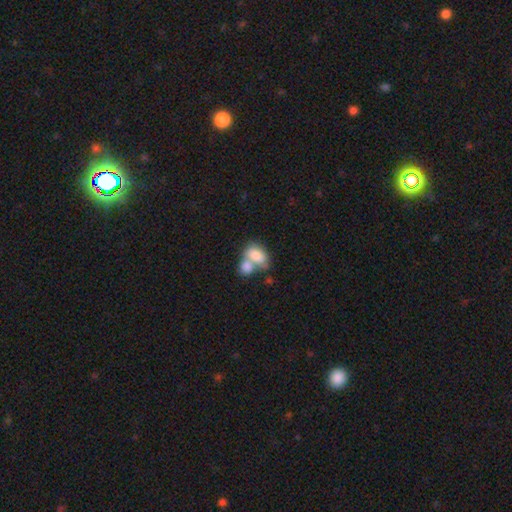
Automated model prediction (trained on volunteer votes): Smooth or featured: smooth — 77% (featured or disk — 16%)
How rounded: in between — 84% (round — 14%)
Merging: merger — 67% (none — 20%)